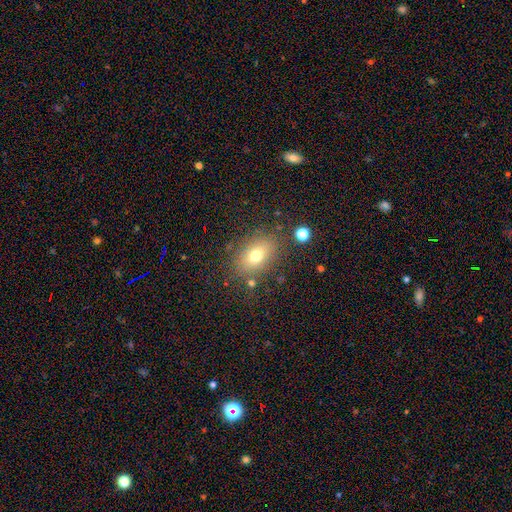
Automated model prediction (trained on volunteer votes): A smooth galaxy with no disk features (70%) that is in between round and cigar-shaped (76%). Merging: none (80%).